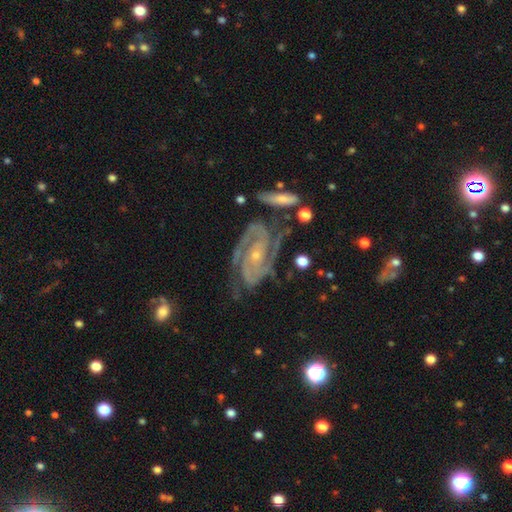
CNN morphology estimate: Smooth or featured? Predicted: featured or disk (p=0.92). Edge-on disk? Predicted: no (p=0.97). Bar? Predicted: no (p=0.57). Spiral arms? Predicted: yes (p=0.98). Spiral winding? Predicted: tight (p=0.60). Spiral arm count? Predicted: 2 (p=0.58). Bulge size? Predicted: small (p=0.76). Merging? Predicted: none (p=0.64).